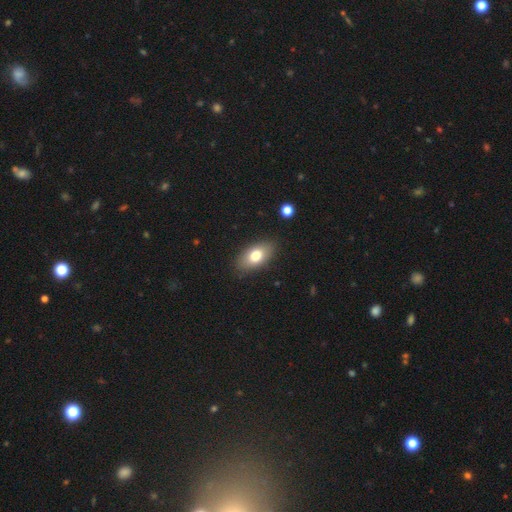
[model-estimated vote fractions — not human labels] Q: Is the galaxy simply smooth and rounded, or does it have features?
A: smooth — 76%.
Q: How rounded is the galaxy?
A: in between — 90%.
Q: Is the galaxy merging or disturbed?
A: none — 86%.